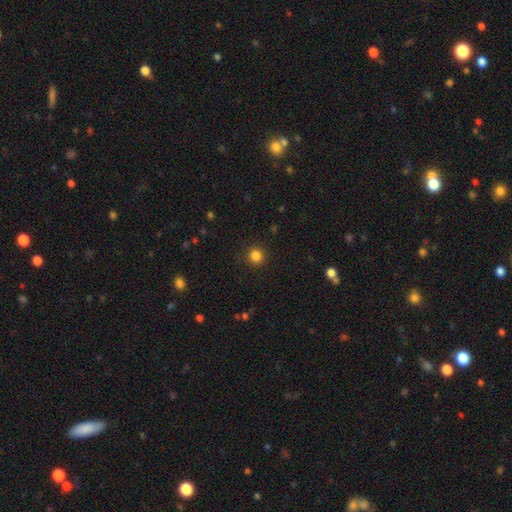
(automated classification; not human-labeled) This is clearly a smooth galaxy (84%). How rounded: clearly round (94%). Merging: clearly none (91%).